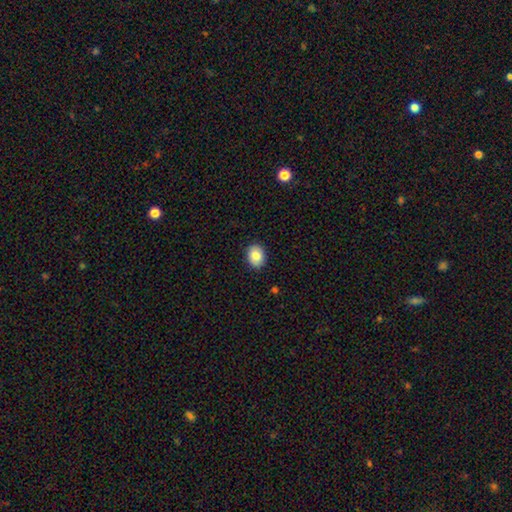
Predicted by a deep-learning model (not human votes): The model was most divided on "how rounded": in between: 57%, round: 42%, cigar-shaped: 1%. More confident: merging — none (89%); smooth or featured — smooth (83%).